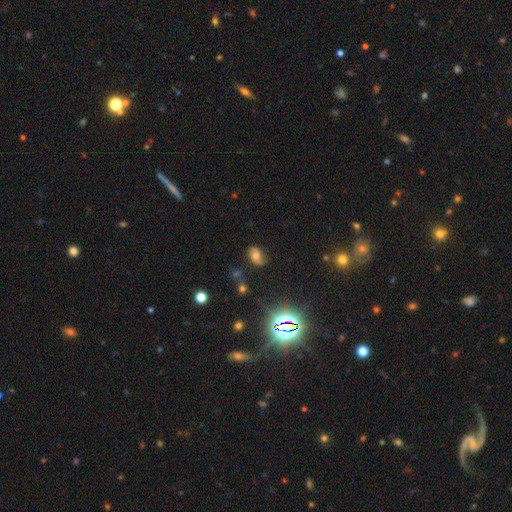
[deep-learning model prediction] Q: Smooth or featured?
A: smooth (51%); runner-up: featured or disk (27%)
Q: How rounded?
A: in between (81%); runner-up: round (17%)
Q: Merging?
A: none (70%); runner-up: minor disturbance (21%)